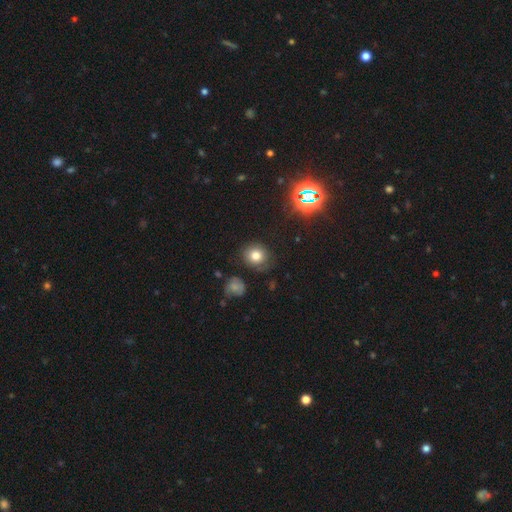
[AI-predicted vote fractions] The model was most divided on "how rounded": round: 79%, in between: 20%, cigar-shaped: 1%. More confident: merging — none (77%); smooth or featured — smooth (75%).